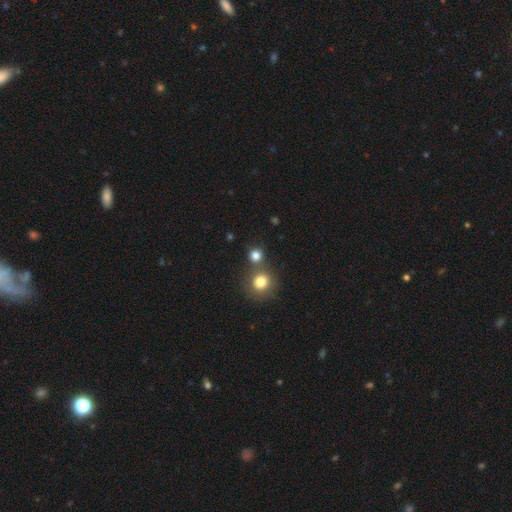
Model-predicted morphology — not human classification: The model was most divided on "merging": none: 64%, merger: 26%, minor disturbance: 7%, major disturbance: 3%. More confident: how rounded — round (89%); smooth or featured — smooth (80%).